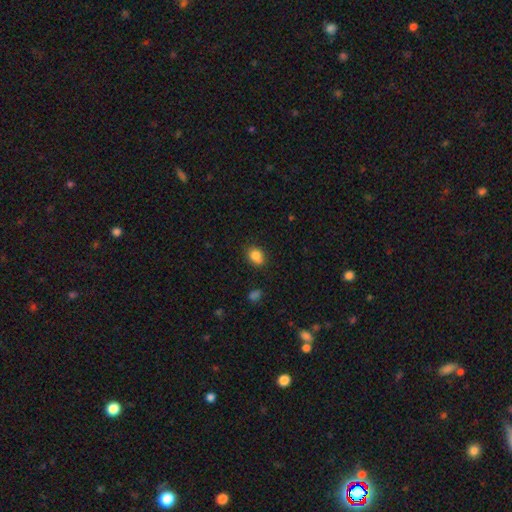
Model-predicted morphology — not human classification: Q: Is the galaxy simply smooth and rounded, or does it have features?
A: smooth — 84%.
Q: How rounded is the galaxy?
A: in between — 55%.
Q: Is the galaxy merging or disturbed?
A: none — 73%.